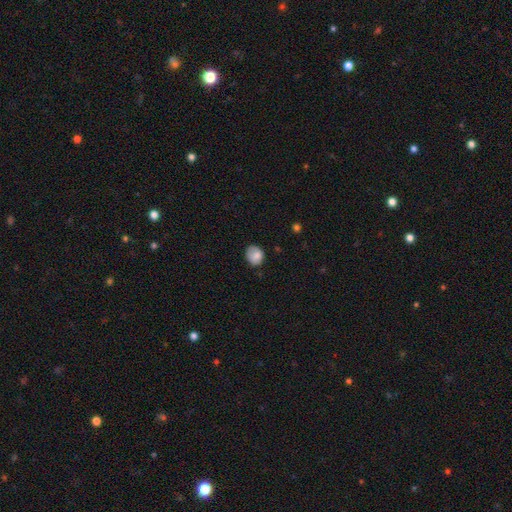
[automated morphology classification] smooth_or_featured: smooth (p=0.81) [alt: featured or disk p=0.11]
how_rounded: round (p=0.63) [alt: in between p=0.36]
merging: none (p=0.64) [alt: minor disturbance p=0.27]